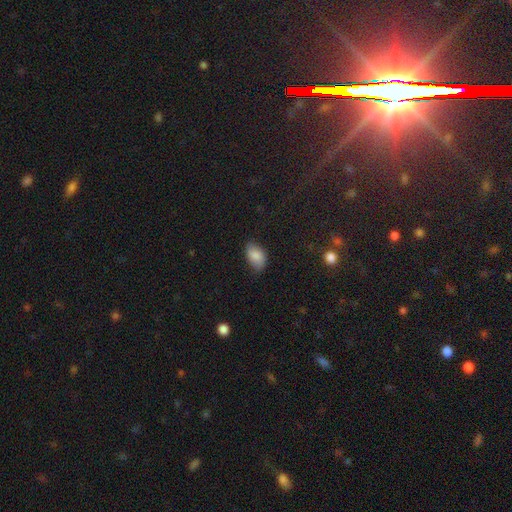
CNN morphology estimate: Smooth or featured? smooth (84%)
How rounded? in between (90%)
Merging? none (71%)